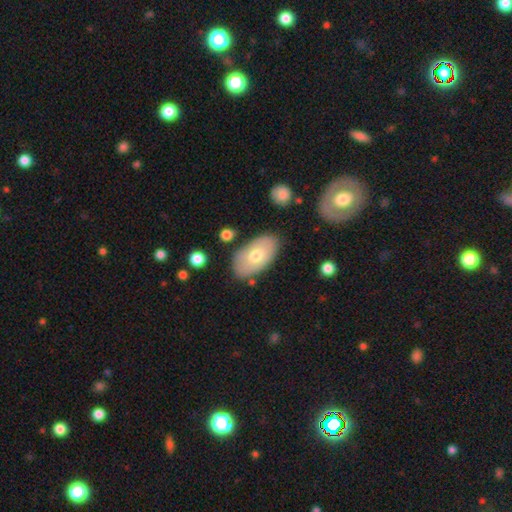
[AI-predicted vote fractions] Smooth or featured: smooth — 64% (featured or disk — 30%)
How rounded: in between — 94% (round — 4%)
Merging: none — 80% (minor disturbance — 14%)